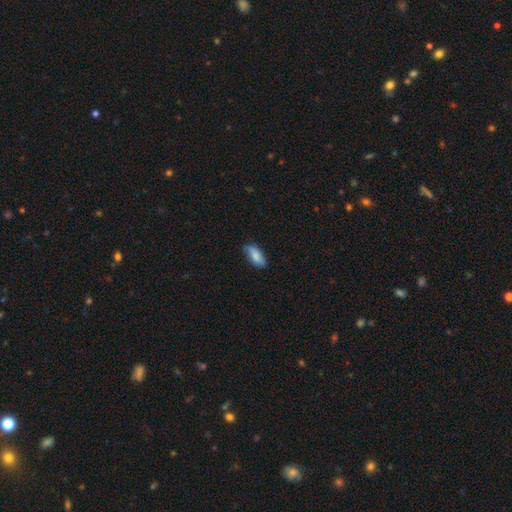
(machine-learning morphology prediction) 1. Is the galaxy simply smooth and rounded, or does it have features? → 74% smooth, 19% featured or disk, 7% star or artifact.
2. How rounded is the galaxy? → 84% in between, 13% cigar-shaped, 3% round.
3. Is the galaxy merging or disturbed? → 70% none, 24% minor disturbance, 4% major disturbance, 1% merger.